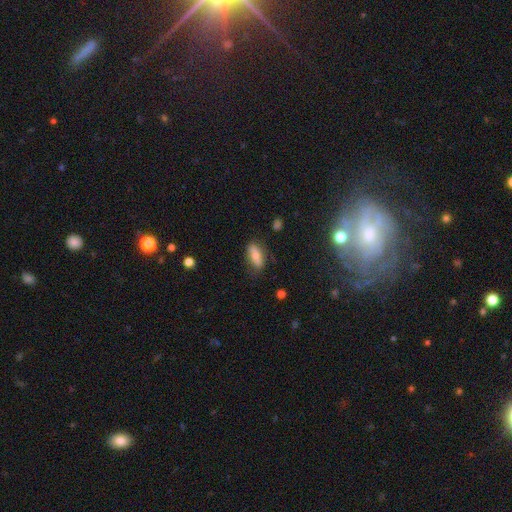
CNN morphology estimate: Q: Smooth or featured?
A: smooth (69%); runner-up: featured or disk (22%)
Q: How rounded?
A: in between (77%); runner-up: cigar-shaped (19%)
Q: Merging?
A: none (73%); runner-up: minor disturbance (20%)